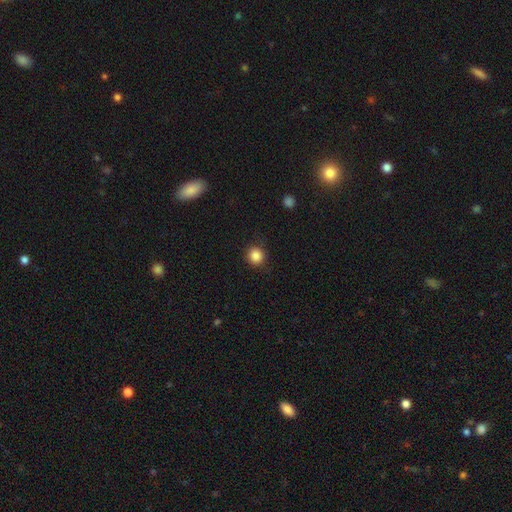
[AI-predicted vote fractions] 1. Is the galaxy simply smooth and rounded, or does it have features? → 86% smooth, 11% star or artifact, 4% featured or disk.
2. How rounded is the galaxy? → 91% round, 8% in between, 1% cigar-shaped.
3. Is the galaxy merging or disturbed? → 87% none, 9% minor disturbance, 3% major disturbance, 1% merger.